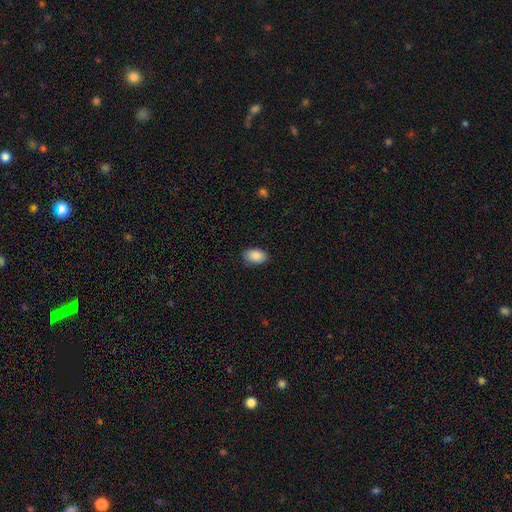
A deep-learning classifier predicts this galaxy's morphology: Smooth or featured?
  - smooth: 89% *
  - star or artifact: 7%
  - featured or disk: 4%
How rounded?
  - in between: 90% *
  - round: 9%
  - cigar-shaped: 1%
Merging?
  - none: 86% *
  - minor disturbance: 11%
  - major disturbance: 2%
  - merger: 1%